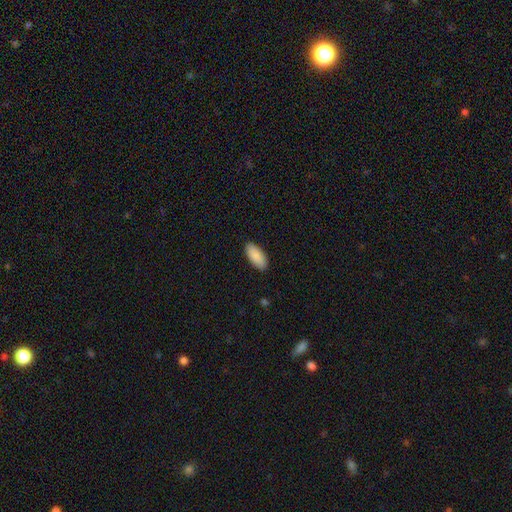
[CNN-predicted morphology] Q: Smooth or featured?
A: smooth (89%); runner-up: star or artifact (6%)
Q: How rounded?
A: in between (90%); runner-up: cigar-shaped (8%)
Q: Merging?
A: none (89%); runner-up: minor disturbance (9%)